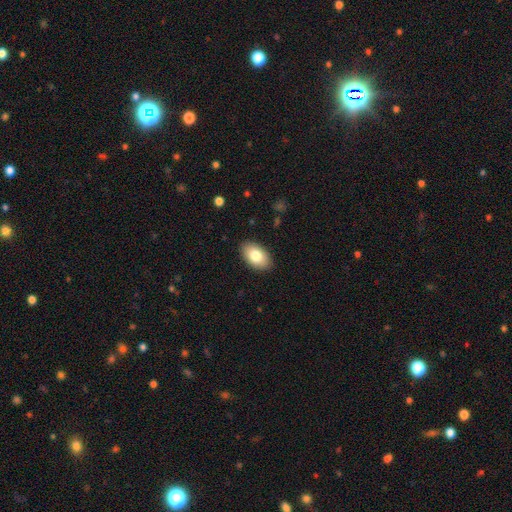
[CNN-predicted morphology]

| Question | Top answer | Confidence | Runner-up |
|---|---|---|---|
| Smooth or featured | smooth | 81% | featured or disk (12%) |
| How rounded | in between | 94% | round (5%) |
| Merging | none | 89% | minor disturbance (9%) |